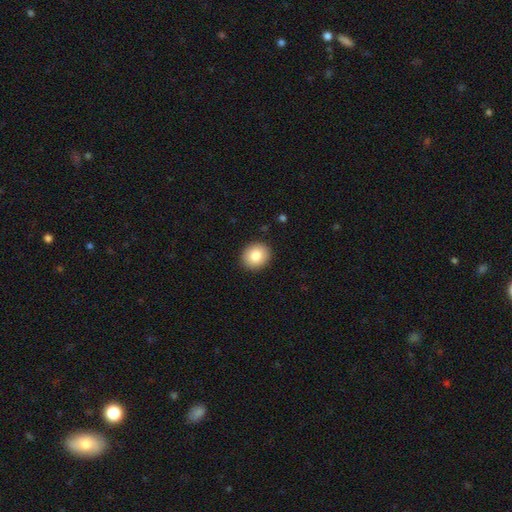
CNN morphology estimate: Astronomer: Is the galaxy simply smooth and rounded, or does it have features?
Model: smooth — 83%.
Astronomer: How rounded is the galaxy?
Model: round — 77%.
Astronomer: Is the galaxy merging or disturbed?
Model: none — 91%.